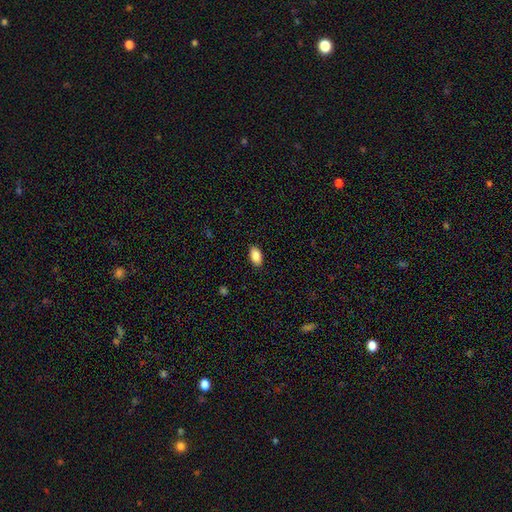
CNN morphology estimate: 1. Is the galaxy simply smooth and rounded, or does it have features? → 87% smooth, 7% star or artifact, 6% featured or disk.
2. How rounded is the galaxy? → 92% in between, 5% round, 3% cigar-shaped.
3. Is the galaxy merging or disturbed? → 88% none, 9% minor disturbance, 2% major disturbance, 1% merger.